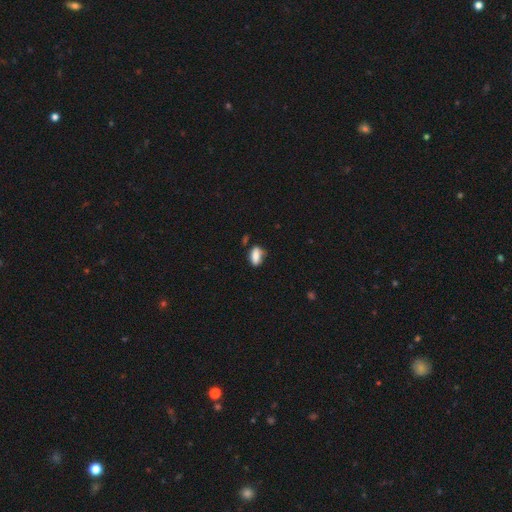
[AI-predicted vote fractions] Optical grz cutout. It shows a smooth galaxy with no disk features (79%) that is in between round and cigar-shaped (83%). Merging: none (59%).